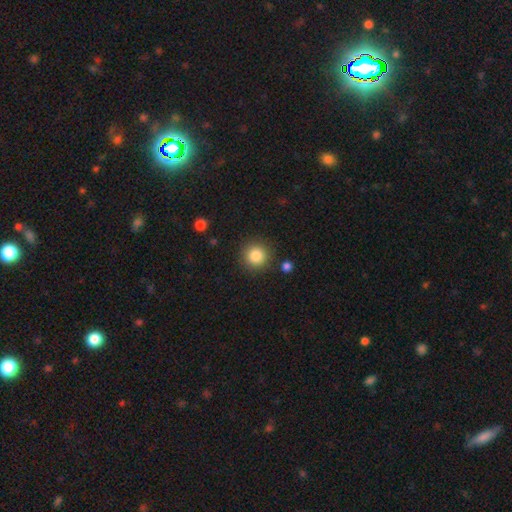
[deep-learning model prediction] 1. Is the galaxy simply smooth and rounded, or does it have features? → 85% smooth, 10% star or artifact, 5% featured or disk.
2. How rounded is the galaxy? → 95% round, 5% in between, 1% cigar-shaped.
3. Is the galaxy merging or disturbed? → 87% none, 7% minor disturbance, 3% merger, 3% major disturbance.